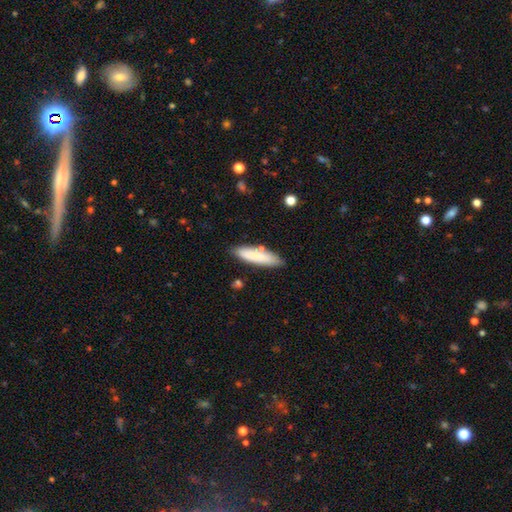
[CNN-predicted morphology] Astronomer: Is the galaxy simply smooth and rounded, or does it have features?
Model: smooth — 84%.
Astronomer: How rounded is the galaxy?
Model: cigar-shaped — 68%.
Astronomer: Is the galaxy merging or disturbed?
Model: none — 82%.